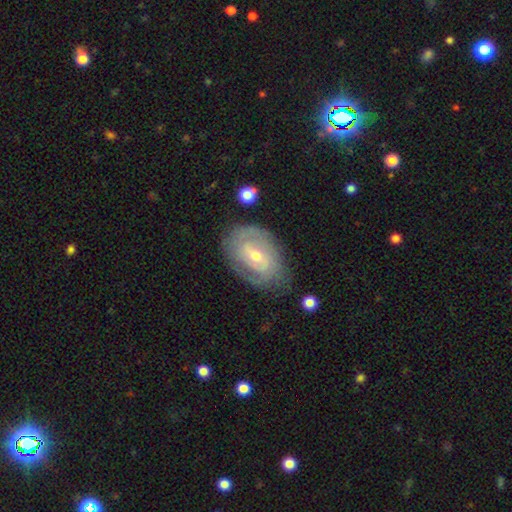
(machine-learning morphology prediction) A featured or disk galaxy (74%) with a weak bar (44%), tight (64%) spiral arms (76%) and a small central bulge (52%). Merging: none (70%).